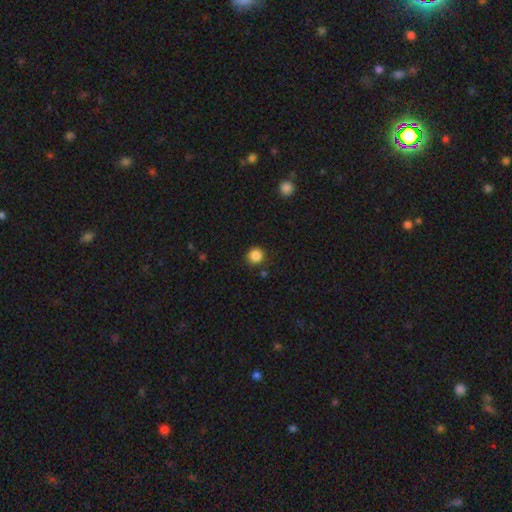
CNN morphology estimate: Smooth or featured? smooth (86%)
How rounded? round (94%)
Merging? none (87%)